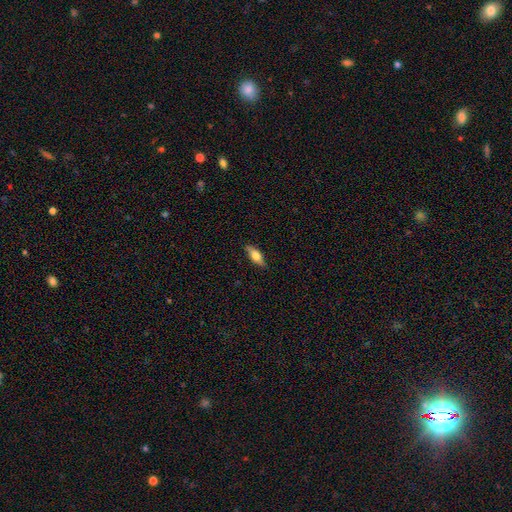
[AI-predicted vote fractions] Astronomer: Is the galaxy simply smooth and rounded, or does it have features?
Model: smooth — 62%.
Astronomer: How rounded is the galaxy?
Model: in between — 61%.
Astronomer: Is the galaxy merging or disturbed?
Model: none — 85%.